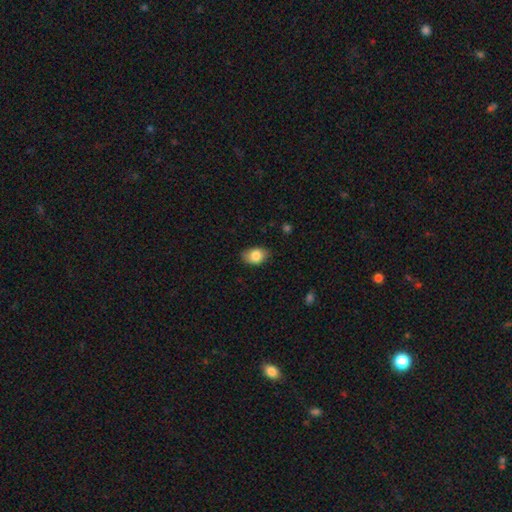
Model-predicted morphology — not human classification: smooth 85%, star or artifact 8%, featured or disk 7%. Down the decision tree: how rounded — in between (81%); merging — none (80%).